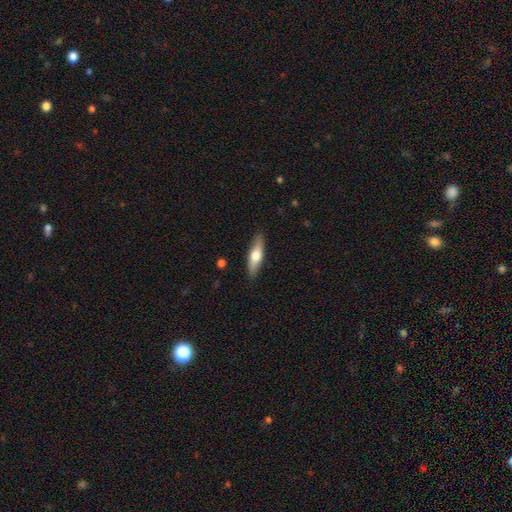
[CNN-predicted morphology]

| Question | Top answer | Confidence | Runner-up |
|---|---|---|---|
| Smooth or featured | smooth | 56% | featured or disk (39%) |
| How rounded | cigar-shaped | 60% | in between (38%) |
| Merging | none | 87% | minor disturbance (10%) |